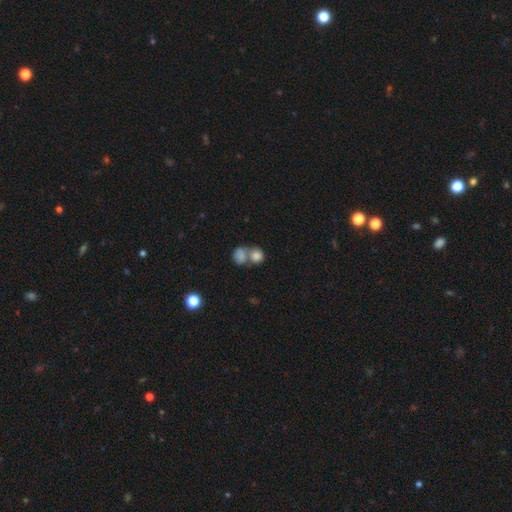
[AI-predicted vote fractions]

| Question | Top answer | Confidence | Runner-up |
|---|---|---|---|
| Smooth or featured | smooth | 82% | star or artifact (9%) |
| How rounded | round | 74% | in between (25%) |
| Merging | merger | 59% | none (30%) |